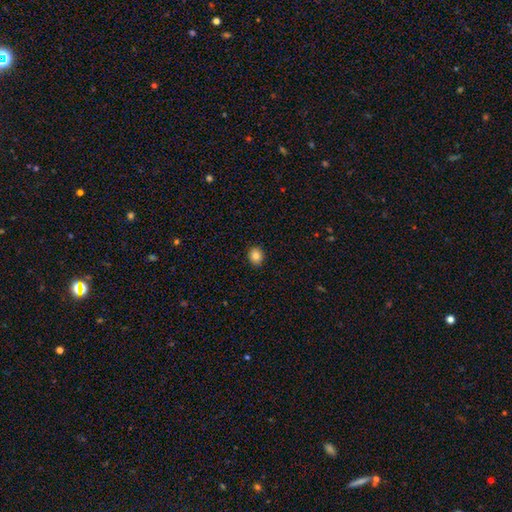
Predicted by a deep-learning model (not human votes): Overall: smooth (84%). How rounded: round (64%; in between 36%). Merging: none (91%).